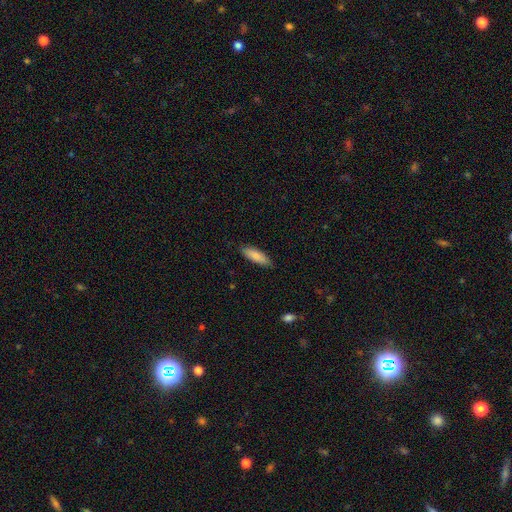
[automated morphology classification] smooth-or-featured: smooth: 87% | featured or disk: 8% | star or artifact: 6%
  how-rounded: in between: 55% | cigar-shaped: 44% | round: 1%
  merging: none: 83% | minor disturbance: 14% | major disturbance: 2% | merger: 1%